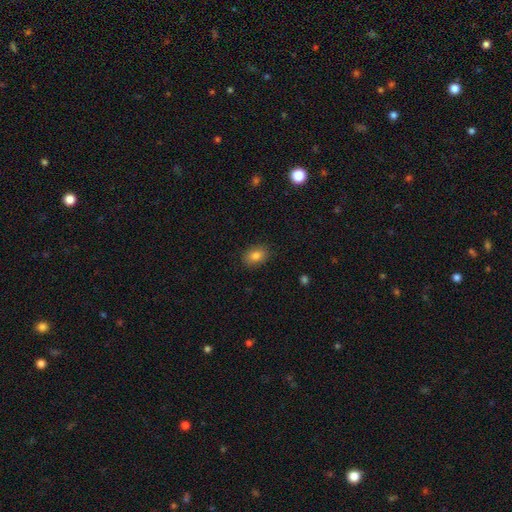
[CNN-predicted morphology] Overall: smooth (82%). How rounded: in between (75%). Merging: none (88%).